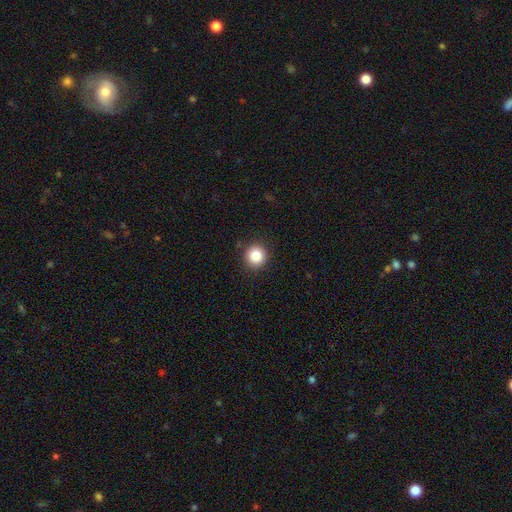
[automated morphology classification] smooth 85%, star or artifact 10%, featured or disk 5%. Down the decision tree: how rounded — round (94%); merging — none (91%).